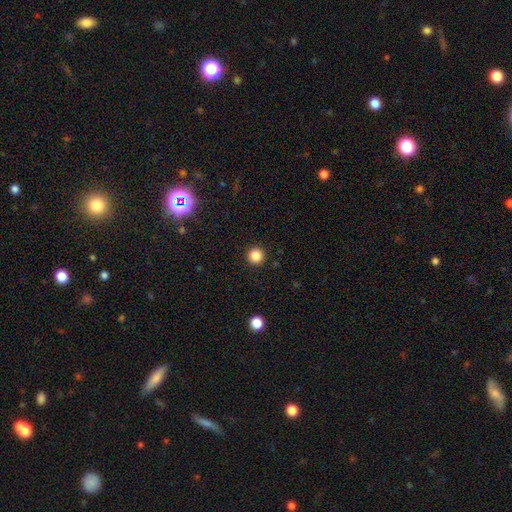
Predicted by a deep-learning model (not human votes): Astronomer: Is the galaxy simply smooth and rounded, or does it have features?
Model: smooth — 85%.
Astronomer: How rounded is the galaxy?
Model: round — 96%.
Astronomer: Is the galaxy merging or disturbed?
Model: none — 93%.